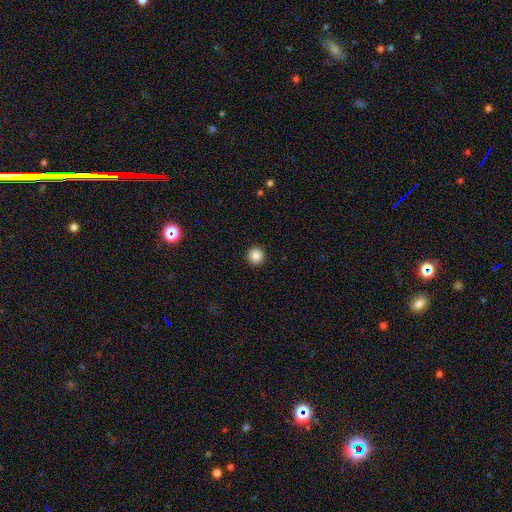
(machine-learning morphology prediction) The model was most divided on "smooth or featured": smooth: 84%, star or artifact: 10%, featured or disk: 6%. More confident: how rounded — round (96%); merging — none (93%).